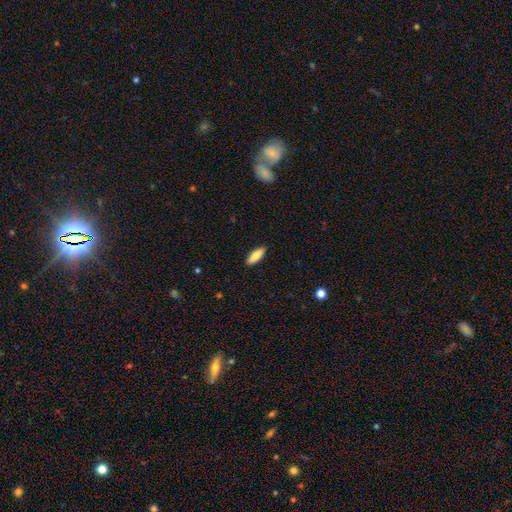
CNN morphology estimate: This is clearly a smooth galaxy (85%). How rounded: likely in between (67%). Merging: clearly none (90%).